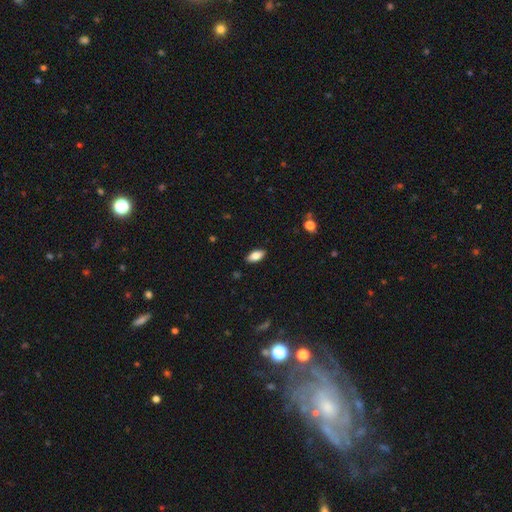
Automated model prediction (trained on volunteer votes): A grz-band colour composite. It shows a smooth galaxy with no disk features (81%) that is in between round and cigar-shaped (89%). Merging: none (88%).